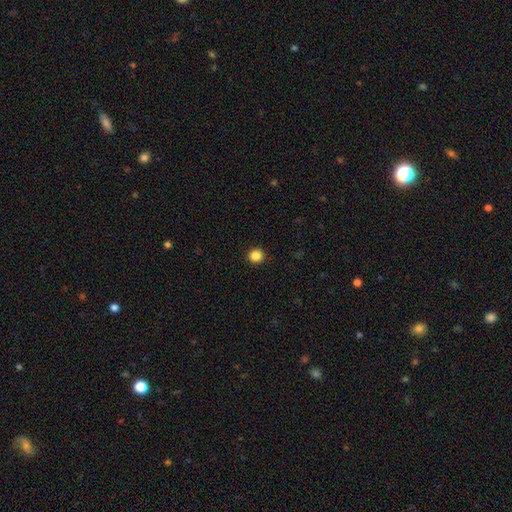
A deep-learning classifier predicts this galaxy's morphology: smooth-or-featured: smooth: 86% | star or artifact: 11% | featured or disk: 3%
  how-rounded: round: 94% | in between: 5% | cigar-shaped: 1%
  merging: none: 93% | minor disturbance: 4% | major disturbance: 2% | merger: 1%